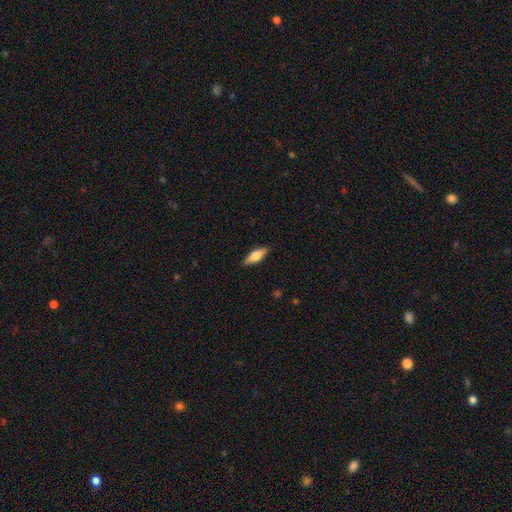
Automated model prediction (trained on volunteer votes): This is likely a smooth galaxy (66%). How rounded: possibly in between (58%). Merging: clearly none (87%).